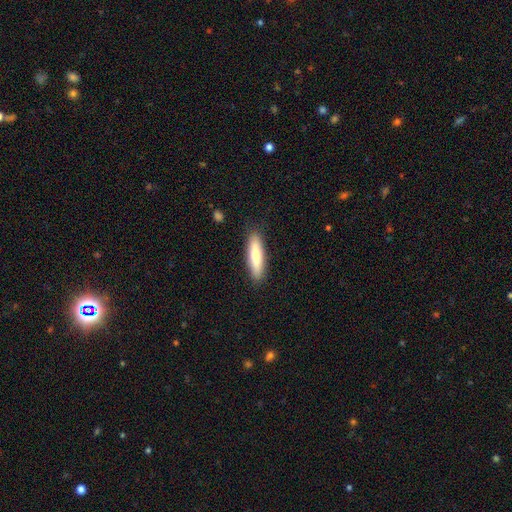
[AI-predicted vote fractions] This is likely a smooth galaxy (74%). How rounded: likely cigar-shaped (73%). Merging: clearly none (88%).